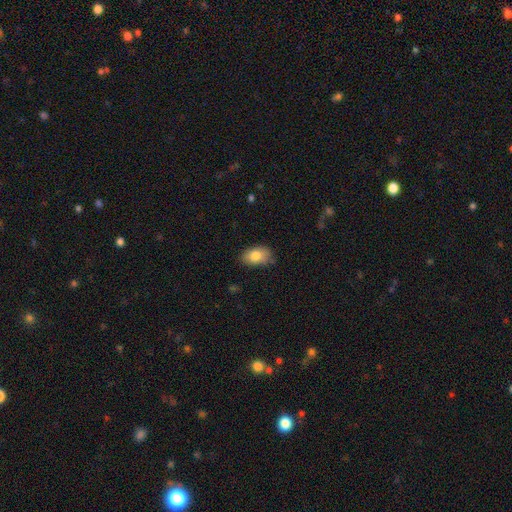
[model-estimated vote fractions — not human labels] Morphology: type=smooth (82%); roundness=in between (89%); merging=none (75%).